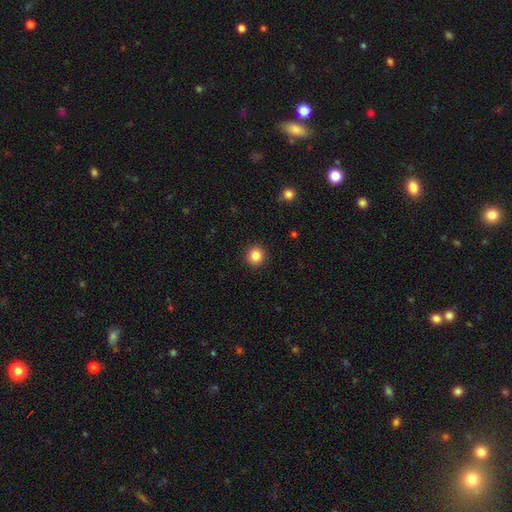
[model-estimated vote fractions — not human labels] This is clearly a smooth galaxy (85%). How rounded: clearly round (93%). Merging: clearly none (92%).